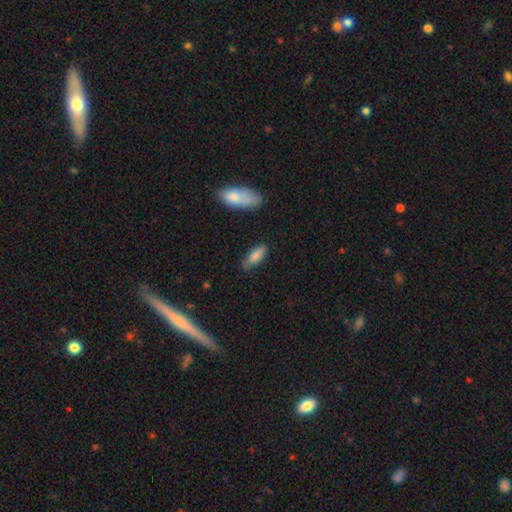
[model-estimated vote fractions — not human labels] This appears to be a smooth galaxy with no disk features (84%) that is in between round and cigar-shaped (72%). Merging: none (70%).